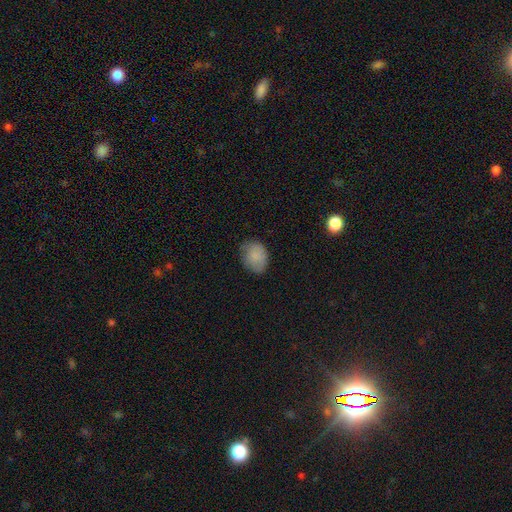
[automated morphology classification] This appears to be a smooth galaxy with no disk features (81%) that is in between round and cigar-shaped (55%). Merging: none (66%).